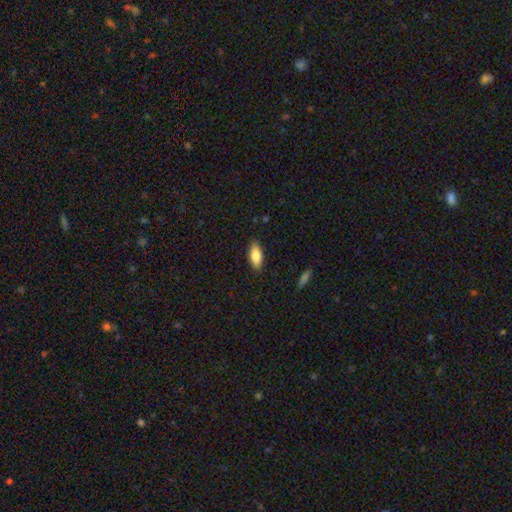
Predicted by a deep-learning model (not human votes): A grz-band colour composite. It shows a smooth galaxy with no disk features (84%) that is in between round and cigar-shaped (83%). Merging: none (87%).